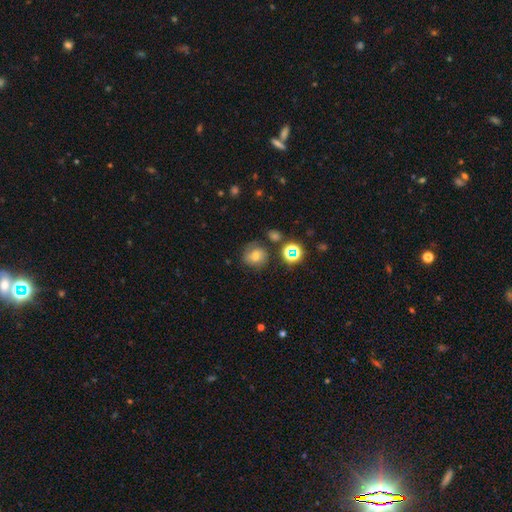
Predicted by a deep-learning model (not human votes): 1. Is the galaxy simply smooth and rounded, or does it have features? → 61% smooth, 20% featured or disk, 19% star or artifact.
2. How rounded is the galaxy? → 78% round, 21% in between, 1% cigar-shaped.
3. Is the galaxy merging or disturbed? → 66% none, 19% minor disturbance, 8% major disturbance, 7% merger.